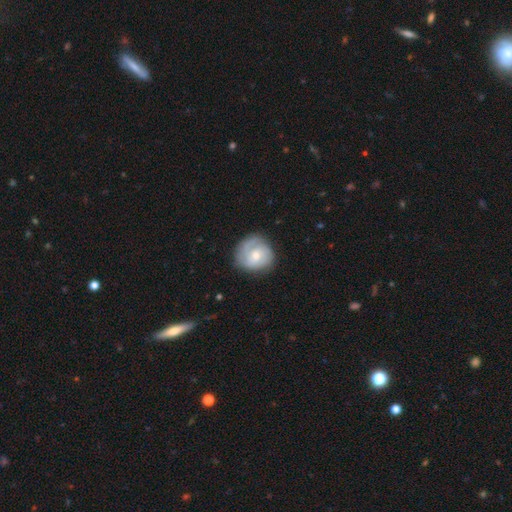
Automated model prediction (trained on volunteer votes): Q: Smooth or featured?
A: featured or disk (61%); runner-up: smooth (33%)
Q: Edge-on disk?
A: no (98%); runner-up: yes (2%)
Q: Bar?
A: no (67%); runner-up: weak (29%)
Q: Spiral arms?
A: yes (87%); runner-up: no (13%)
Q: Spiral winding?
A: tight (56%); runner-up: medium (32%)
Q: Spiral arm count?
A: 2 (32%); runner-up: can't tell (31%)
Q: Bulge size?
A: moderate (52%); runner-up: small (42%)
Q: Merging?
A: none (72%); runner-up: minor disturbance (20%)